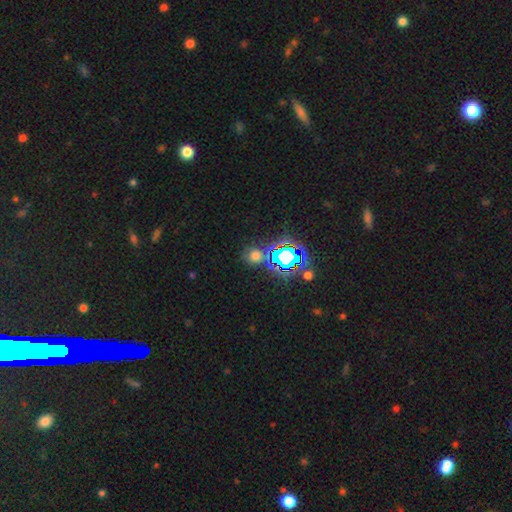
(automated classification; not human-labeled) This is possibly a smooth galaxy (51%). How rounded: clearly round (81%). Merging: likely none (77%).